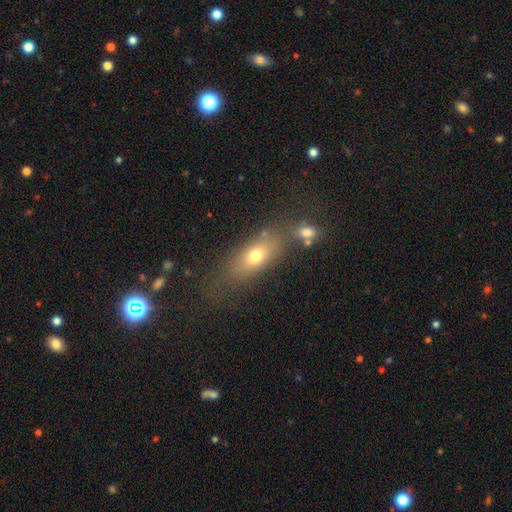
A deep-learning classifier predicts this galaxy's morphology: A smooth galaxy with no disk features (69%) that is in between round and cigar-shaped (72%). Merging: none (61%).